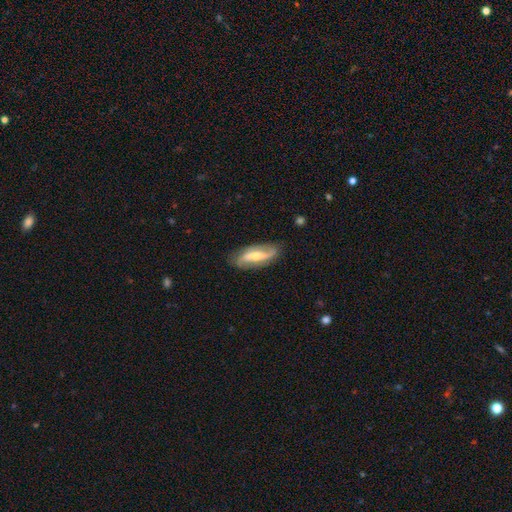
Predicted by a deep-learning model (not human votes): smooth_or_featured: featured or disk (p=0.74) [alt: smooth p=0.21]
disk_edge_on: no (p=0.87) [alt: yes p=0.13]
bar: strong (p=0.41) [alt: weak p=0.34]
has_spiral_arms: yes (p=0.90) [alt: no p=0.10]
spiral_winding: loose (p=0.60) [alt: medium p=0.28]
spiral_arm_count: 2 (p=0.88) [alt: can't tell p=0.05]
bulge_size: moderate (p=0.52) [alt: small p=0.40]
merging: none (p=0.80) [alt: minor disturbance p=0.15]